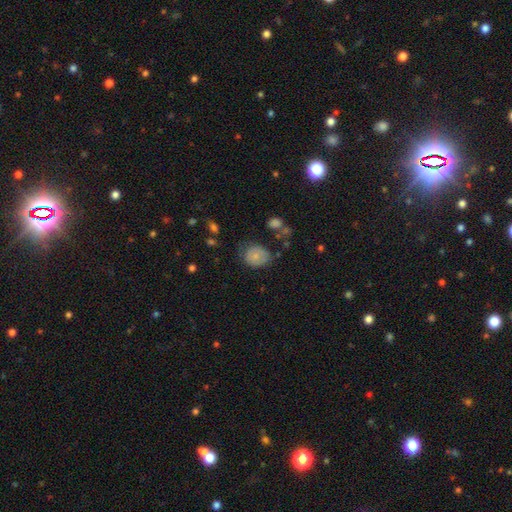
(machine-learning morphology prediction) Smooth or featured?
  - smooth: 72% *
  - featured or disk: 20%
  - star or artifact: 9%
How rounded?
  - round: 62% *
  - in between: 37%
  - cigar-shaped: 1%
Merging?
  - none: 55% *
  - minor disturbance: 30%
  - major disturbance: 12%
  - merger: 3%